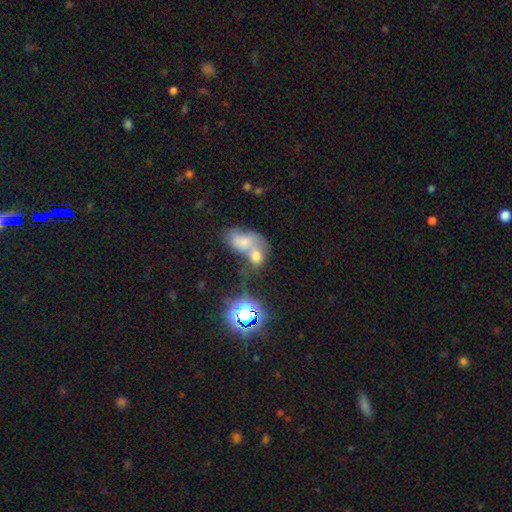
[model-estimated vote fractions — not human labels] Q: Smooth or featured?
A: smooth (57%); runner-up: featured or disk (23%)
Q: How rounded?
A: in between (73%); runner-up: round (24%)
Q: Merging?
A: merger (69%); runner-up: none (16%)